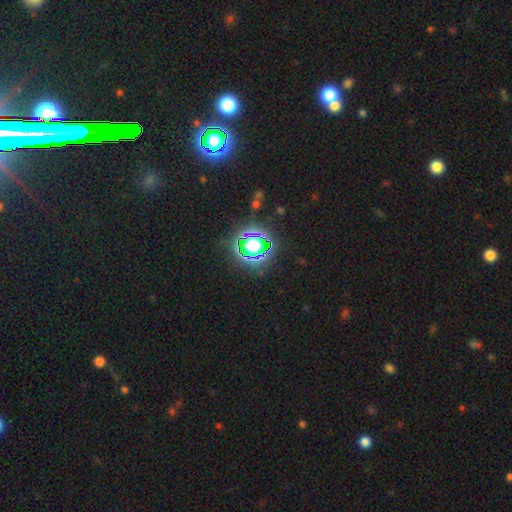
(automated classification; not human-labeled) star or artifact 80%, smooth 13%, featured or disk 8%.